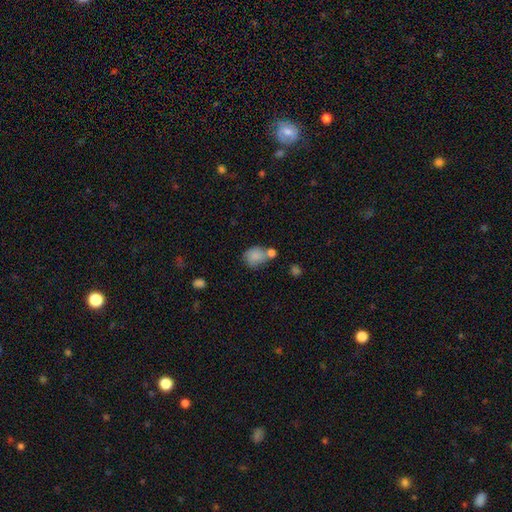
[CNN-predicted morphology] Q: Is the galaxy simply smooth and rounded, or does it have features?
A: smooth — 81%.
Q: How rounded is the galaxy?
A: round — 53%.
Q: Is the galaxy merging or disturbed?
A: none — 42%.